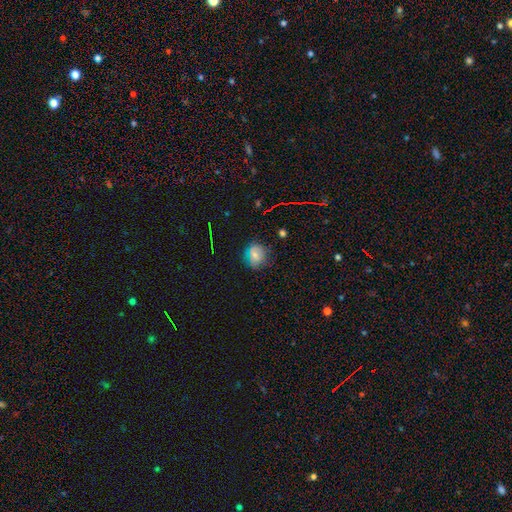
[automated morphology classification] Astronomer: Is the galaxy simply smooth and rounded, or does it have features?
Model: smooth — 60%.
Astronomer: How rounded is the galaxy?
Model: round — 69%.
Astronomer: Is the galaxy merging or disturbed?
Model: none — 75%.